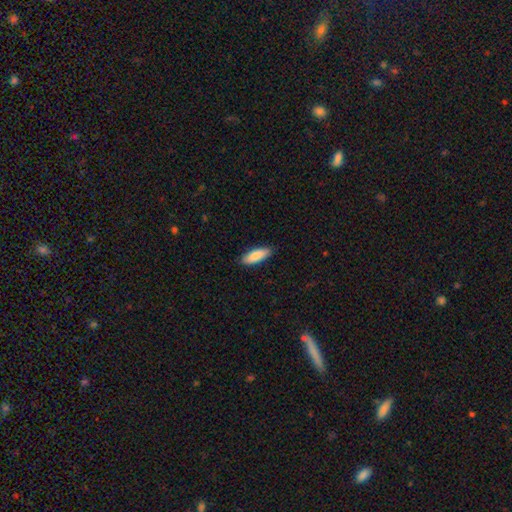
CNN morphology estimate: The model was most divided on "how rounded": in between: 66%, cigar-shaped: 33%, round: 2%. More confident: merging — none (87%); smooth or featured — smooth (86%).